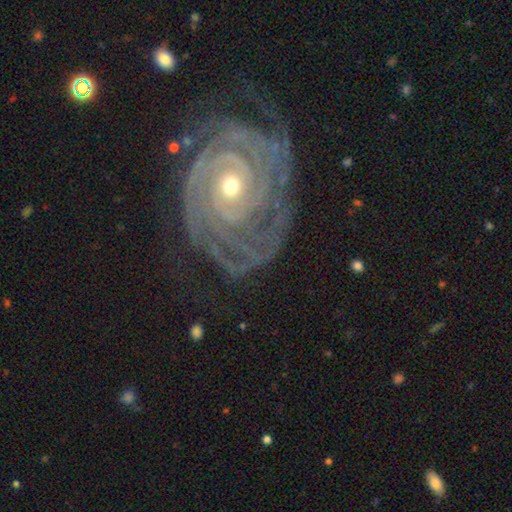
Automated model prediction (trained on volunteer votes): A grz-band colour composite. It shows a featured or disk galaxy (90%) with no bar (69%), 3 (21%) tight (85%) spiral arms (98%) and a small central bulge (50%). Merging: none (73%).